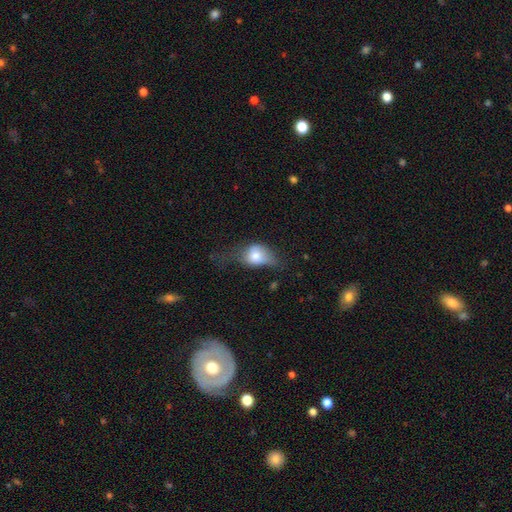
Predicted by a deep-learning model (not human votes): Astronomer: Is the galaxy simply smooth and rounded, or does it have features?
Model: smooth — 69%.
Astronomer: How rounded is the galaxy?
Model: in between — 66%.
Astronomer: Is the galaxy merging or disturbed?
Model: major disturbance — 36% (runner-up: minor disturbance, 35%).